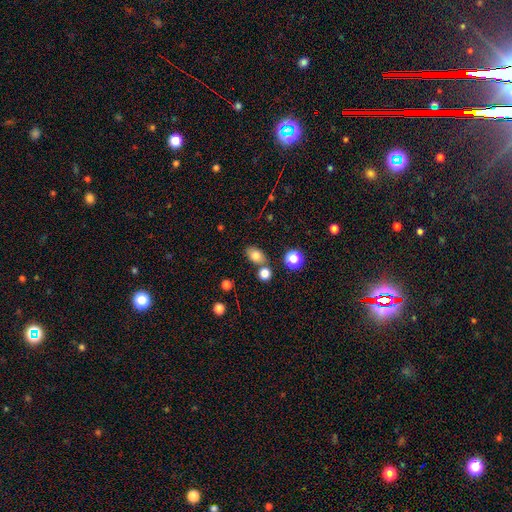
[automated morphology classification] This is likely a smooth galaxy (79%). How rounded: likely in between (77%). Merging: likely none (71%).